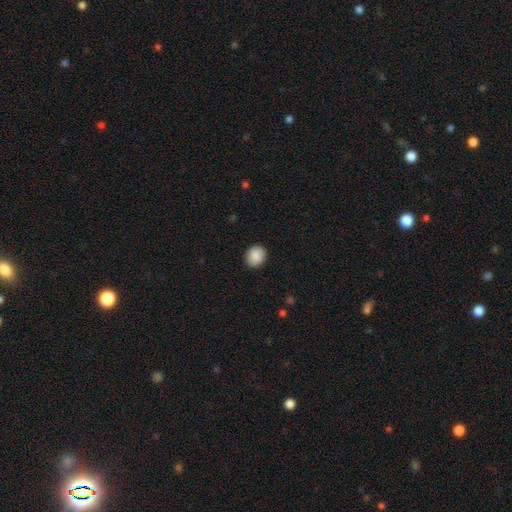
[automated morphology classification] A smooth galaxy with no disk features (88%) that is round (69%).

Vote fractions:
- Smooth or featured? smooth: 88% / star or artifact: 7% / featured or disk: 4%
- How rounded? round: 69% / in between: 30% / cigar-shaped: 1%
- Merging? none: 90% / minor disturbance: 7% / major disturbance: 2% / merger: 1%